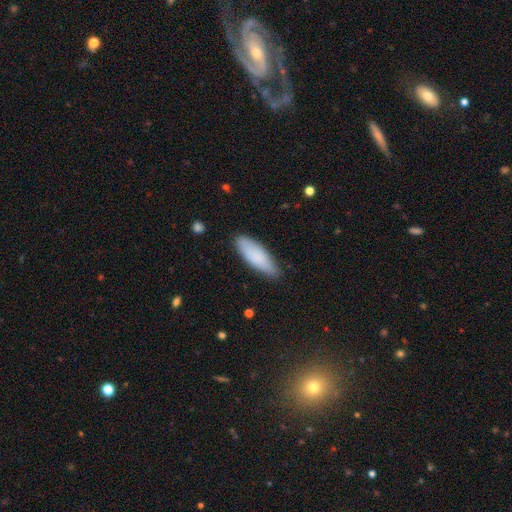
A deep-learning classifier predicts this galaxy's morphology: Smooth or featured? Predicted: smooth (p=0.85). How rounded? Predicted: in between (p=0.62). Merging? Predicted: none (p=0.81).